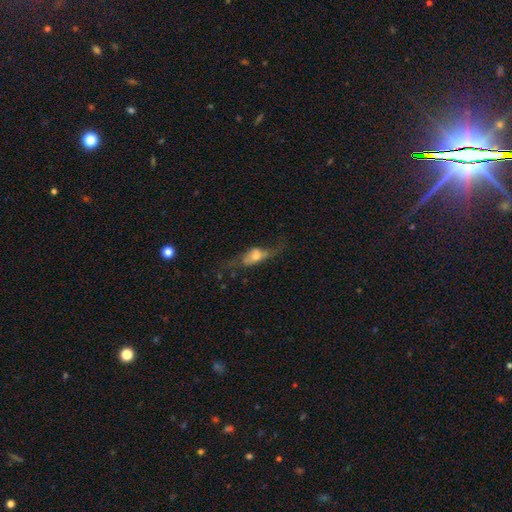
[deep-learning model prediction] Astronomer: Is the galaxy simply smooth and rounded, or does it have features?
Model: featured or disk — 53% (runner-up: smooth, 39%).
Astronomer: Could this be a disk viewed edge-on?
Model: no — 68%.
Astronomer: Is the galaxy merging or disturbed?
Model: none — 42% (runner-up: major disturbance, 31%).